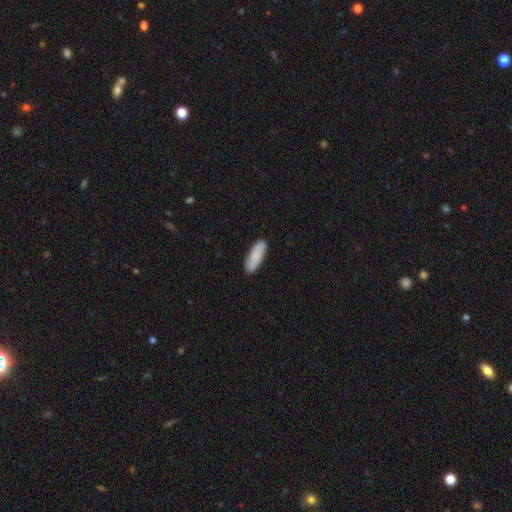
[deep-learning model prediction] A smooth galaxy with no disk features (86%) that is cigar-shaped (50%). Merging: none (89%).